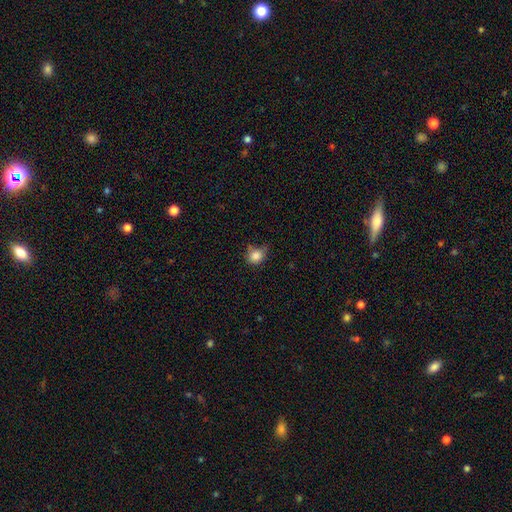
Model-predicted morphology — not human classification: smooth_or_featured: smooth (p=0.84) [alt: star or artifact p=0.11]
how_rounded: round (p=0.71) [alt: in between p=0.28]
merging: none (p=0.56) [alt: minor disturbance p=0.31]